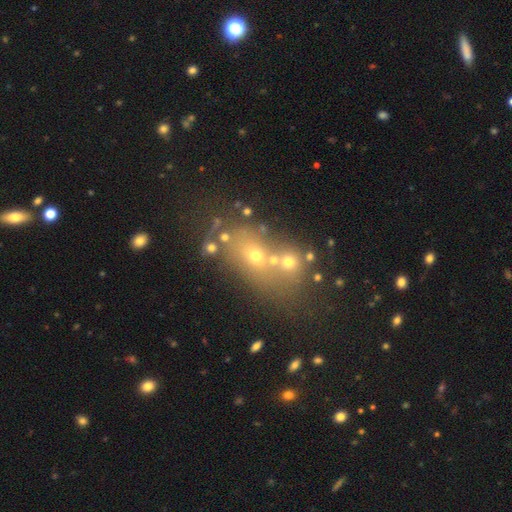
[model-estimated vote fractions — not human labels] Smooth or featured: smooth — 39% (star or artifact — 34%)
Merging: none — 44% (merger — 40%)